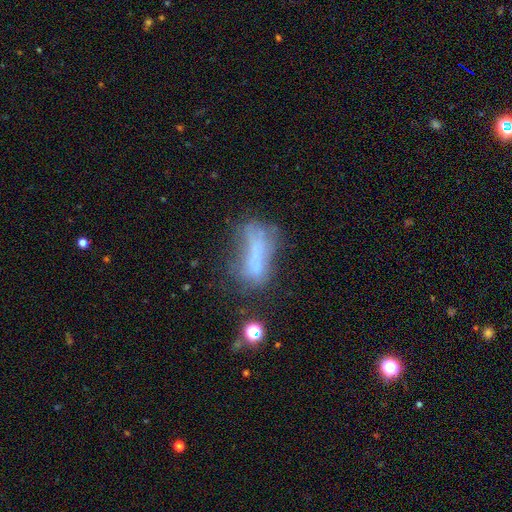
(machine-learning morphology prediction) A smooth galaxy with no disk features (44%). Merging: major disturbance (33%).